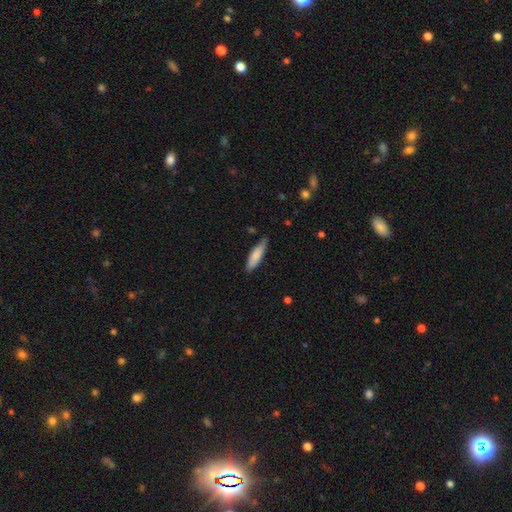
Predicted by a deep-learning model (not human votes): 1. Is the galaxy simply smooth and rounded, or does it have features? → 82% smooth, 12% featured or disk, 6% star or artifact.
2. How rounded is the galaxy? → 67% cigar-shaped, 31% in between, 1% round.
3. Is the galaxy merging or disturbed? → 76% none, 20% minor disturbance, 3% major disturbance, 2% merger.